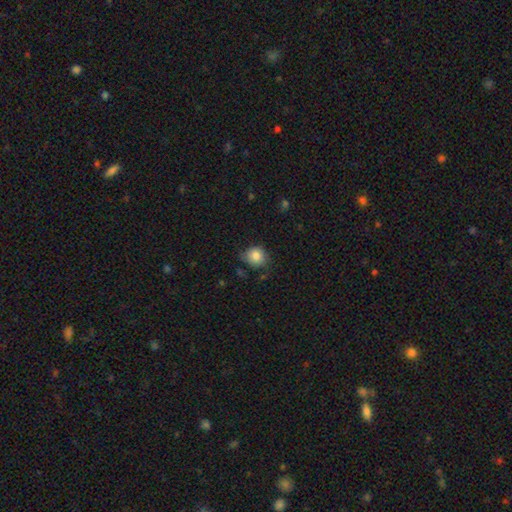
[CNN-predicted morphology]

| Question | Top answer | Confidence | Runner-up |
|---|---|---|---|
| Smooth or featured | smooth | 83% | star or artifact (9%) |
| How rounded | round | 77% | in between (22%) |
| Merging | none | 68% | minor disturbance (25%) |